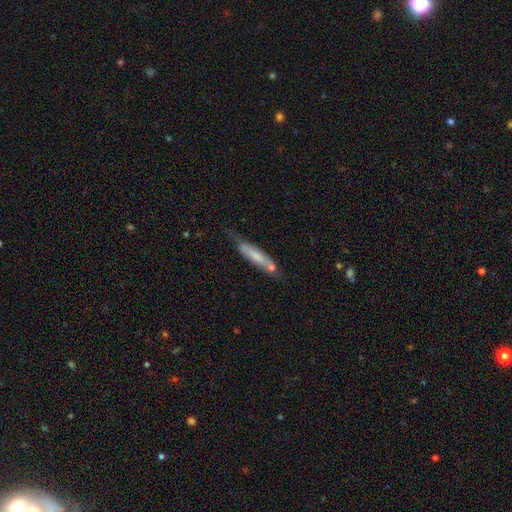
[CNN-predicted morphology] This appears to be a smooth galaxy with no disk features (58%) that is cigar-shaped (81%). Merging: none (46%).